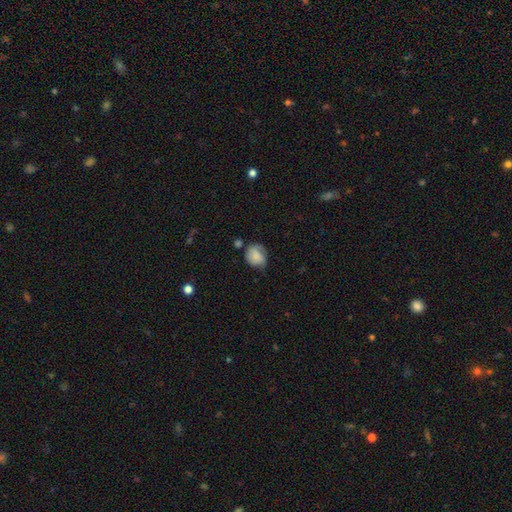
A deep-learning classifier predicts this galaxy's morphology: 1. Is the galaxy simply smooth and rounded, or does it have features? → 76% smooth, 16% featured or disk, 8% star or artifact.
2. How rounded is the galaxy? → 57% round, 42% in between, 1% cigar-shaped.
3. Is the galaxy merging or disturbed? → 50% none, 34% minor disturbance, 11% major disturbance, 5% merger.